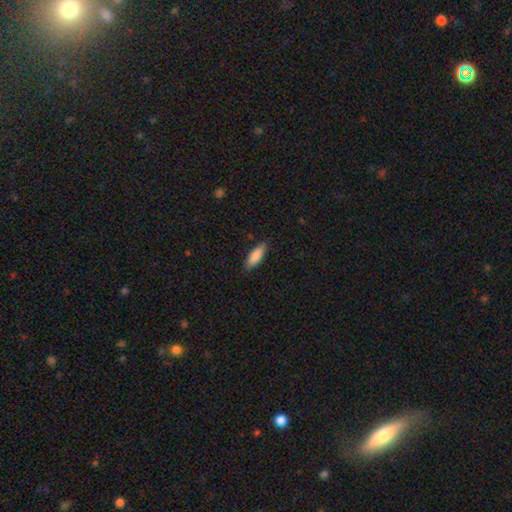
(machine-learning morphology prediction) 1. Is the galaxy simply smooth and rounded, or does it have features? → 86% smooth, 8% featured or disk, 6% star or artifact.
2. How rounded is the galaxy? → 60% in between, 38% cigar-shaped, 2% round.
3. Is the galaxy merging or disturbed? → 86% none, 11% minor disturbance, 2% major disturbance, 1% merger.